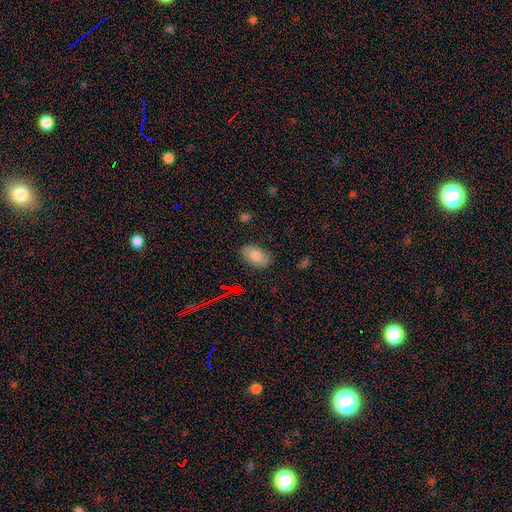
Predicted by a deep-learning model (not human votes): smooth-or-featured: smooth: 76% | featured or disk: 13% | star or artifact: 11%
  how-rounded: in between: 92% | round: 6% | cigar-shaped: 2%
  merging: none: 82% | minor disturbance: 14% | major disturbance: 3% | merger: 1%